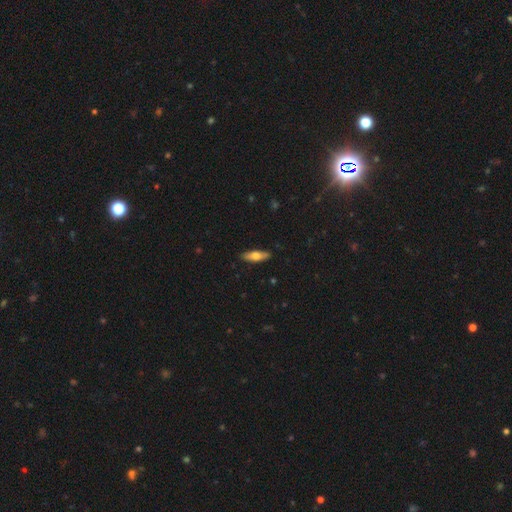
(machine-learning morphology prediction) type=smooth (67%); roundness=in between (50%); merging=none (88%).